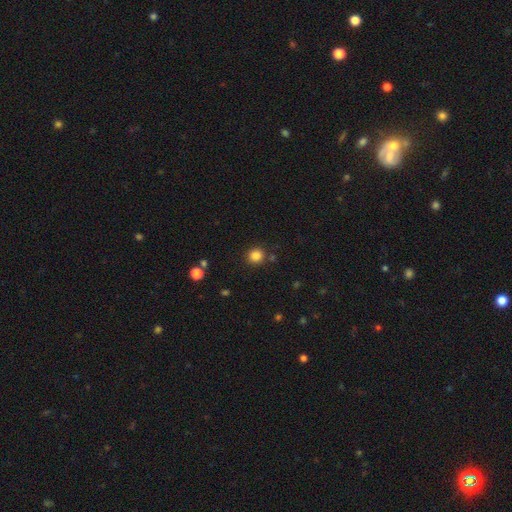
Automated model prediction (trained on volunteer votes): Q: Smooth or featured?
A: smooth (84%); runner-up: star or artifact (12%)
Q: How rounded?
A: round (89%); runner-up: in between (10%)
Q: Merging?
A: none (86%); runner-up: minor disturbance (8%)